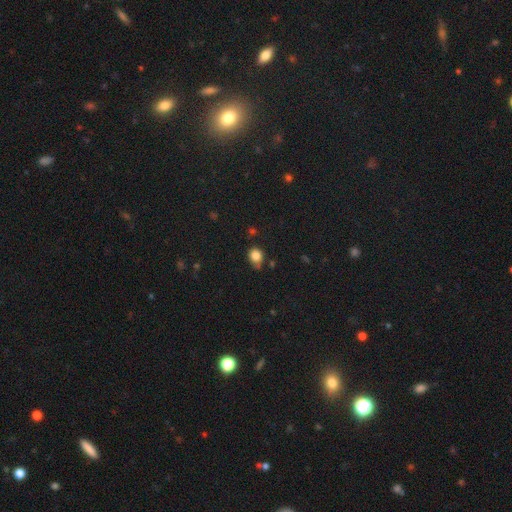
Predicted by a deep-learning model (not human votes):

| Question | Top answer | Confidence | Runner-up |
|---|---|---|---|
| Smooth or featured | smooth | 83% | star or artifact (11%) |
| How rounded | round | 68% | in between (31%) |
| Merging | none | 64% | minor disturbance (26%) |